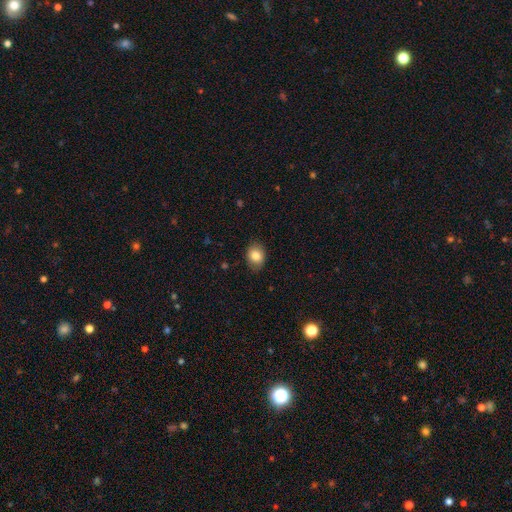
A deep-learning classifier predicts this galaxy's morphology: A smooth galaxy with no disk features (83%) that is in between round and cigar-shaped (61%).

Vote fractions:
- Smooth or featured? smooth: 83% / star or artifact: 9% / featured or disk: 9%
- How rounded? in between: 61% / round: 38% / cigar-shaped: 1%
- Merging? none: 84% / minor disturbance: 13% / major disturbance: 3% / merger: 1%